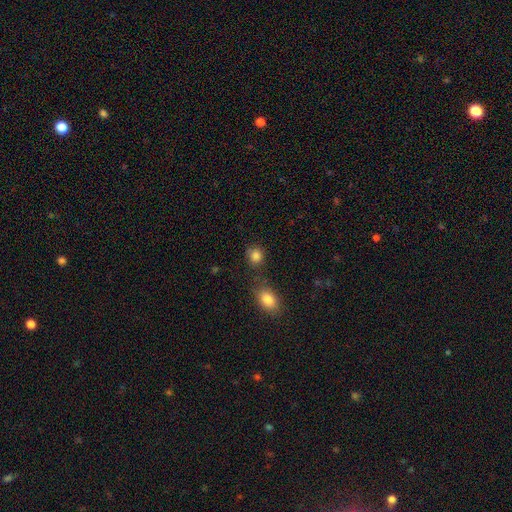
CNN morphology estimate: Overall: smooth (85%). How rounded: round (73%). Merging: none (70%).